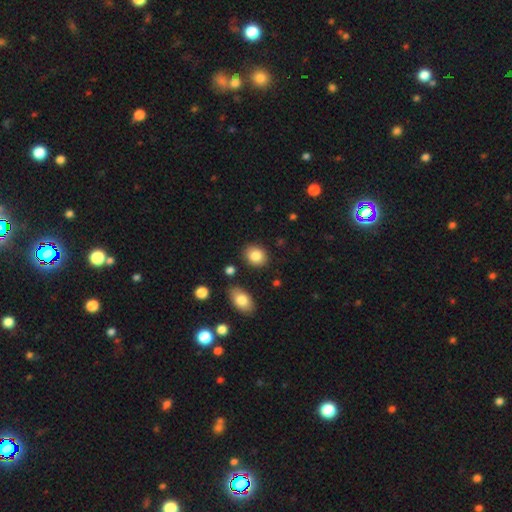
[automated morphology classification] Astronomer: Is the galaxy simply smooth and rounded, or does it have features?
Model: smooth — 85%.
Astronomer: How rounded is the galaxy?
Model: round — 56% (runner-up: in between, 43%).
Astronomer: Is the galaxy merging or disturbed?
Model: none — 86%.